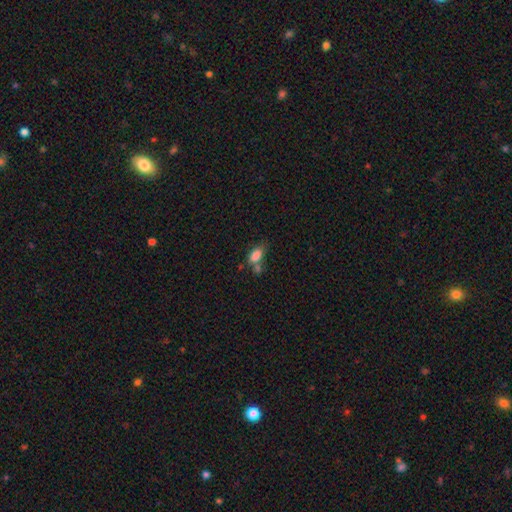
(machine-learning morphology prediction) A smooth galaxy with no disk features (82%) that is in between round and cigar-shaped (87%). Merging: none (39%).